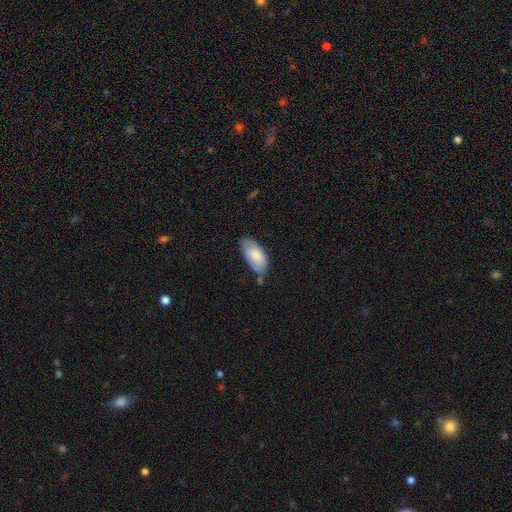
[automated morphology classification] type=smooth (79%); roundness=in between (93%); merging=none (49%).